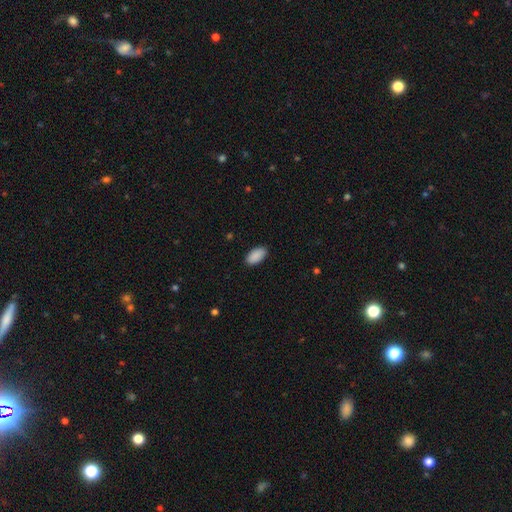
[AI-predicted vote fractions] Smooth or featured? smooth (91%)
How rounded? in between (95%)
Merging? none (88%)